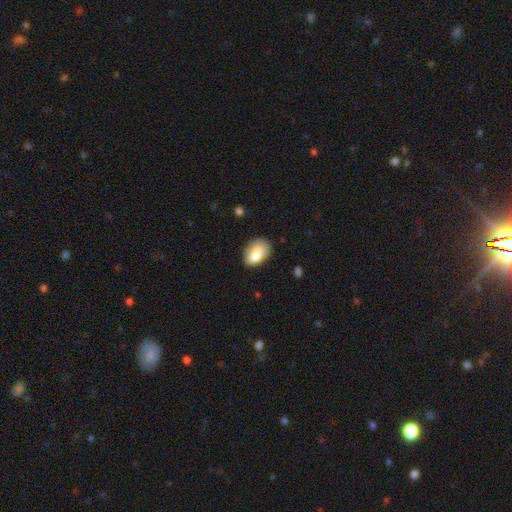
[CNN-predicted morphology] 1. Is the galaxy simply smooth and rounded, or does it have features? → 76% smooth, 17% featured or disk, 7% star or artifact.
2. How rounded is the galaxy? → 86% in between, 13% round, 1% cigar-shaped.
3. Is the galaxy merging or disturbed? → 60% none, 30% minor disturbance, 8% major disturbance, 2% merger.